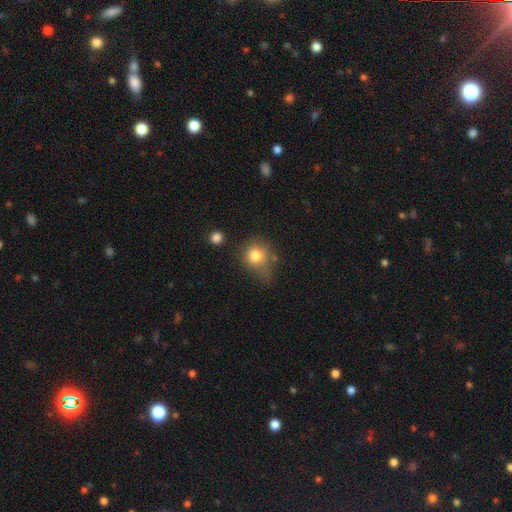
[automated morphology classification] Q: Smooth or featured?
A: smooth (78%); runner-up: featured or disk (11%)
Q: How rounded?
A: round (74%); runner-up: in between (25%)
Q: Merging?
A: none (41%); runner-up: minor disturbance (32%)